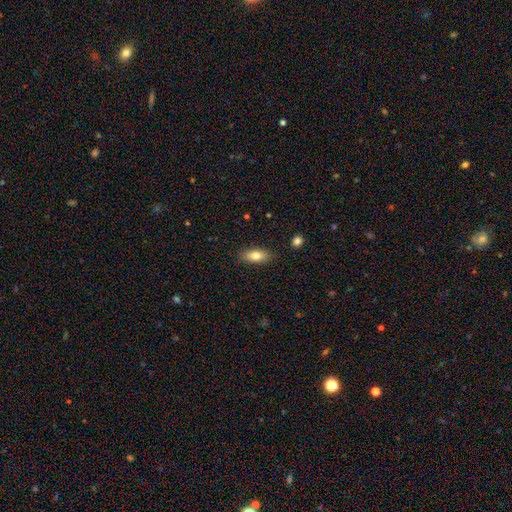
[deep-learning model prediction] The model was most divided on "how rounded": in between: 80%, cigar-shaped: 16%, round: 3%. More confident: merging — none (86%); smooth or featured — smooth (79%).